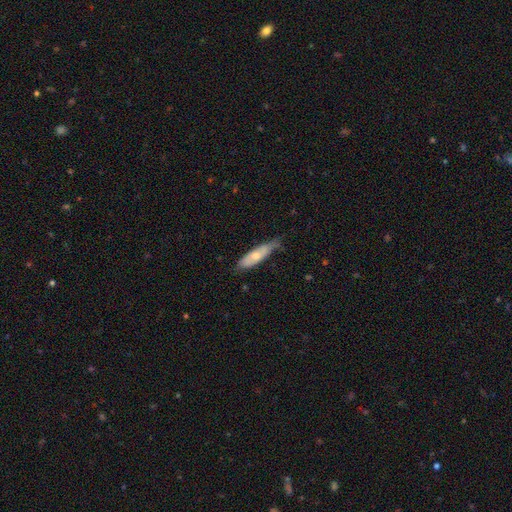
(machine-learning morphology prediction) Smooth or featured? Predicted: smooth (p=0.60). How rounded? Predicted: cigar-shaped (p=0.59). Merging? Predicted: none (p=0.55).